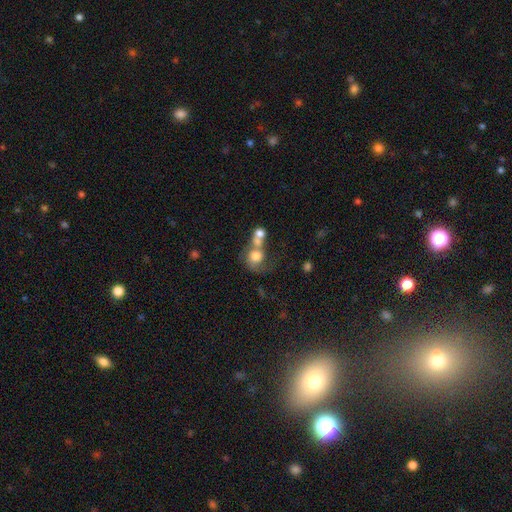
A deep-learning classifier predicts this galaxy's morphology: A smooth galaxy with no disk features (58%) that is round (67%). Merging: merger (59%).